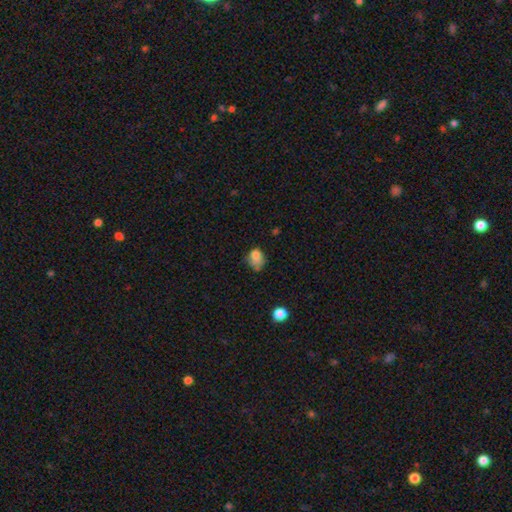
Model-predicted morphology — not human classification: Q: Smooth or featured?
A: smooth (74%); runner-up: featured or disk (13%)
Q: How rounded?
A: in between (56%); runner-up: round (43%)
Q: Merging?
A: none (36%); runner-up: minor disturbance (35%)